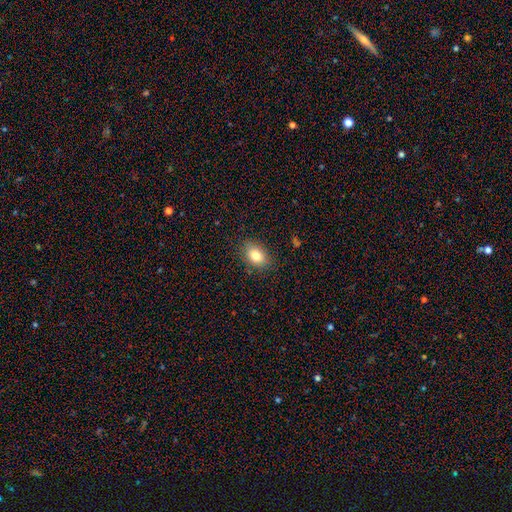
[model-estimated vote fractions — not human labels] A smooth galaxy with no disk features (81%) that is in between round and cigar-shaped (78%).

Vote fractions:
- Smooth or featured? smooth: 81% / featured or disk: 10% / star or artifact: 9%
- How rounded? in between: 78% / round: 21% / cigar-shaped: 1%
- Merging? none: 84% / minor disturbance: 12% / major disturbance: 3% / merger: 1%